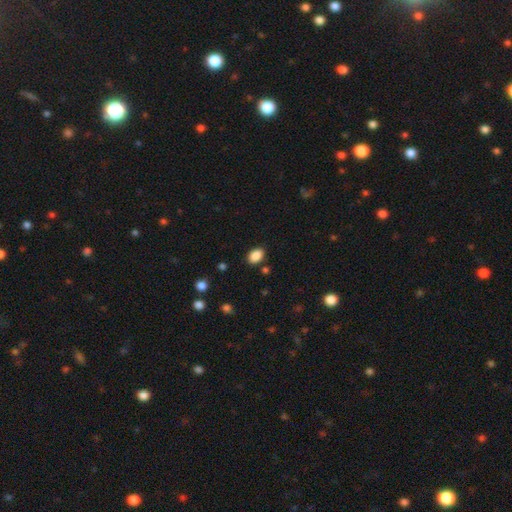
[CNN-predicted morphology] Q: Smooth or featured?
A: smooth (88%); runner-up: star or artifact (8%)
Q: How rounded?
A: in between (80%); runner-up: round (19%)
Q: Merging?
A: none (85%); runner-up: minor disturbance (10%)